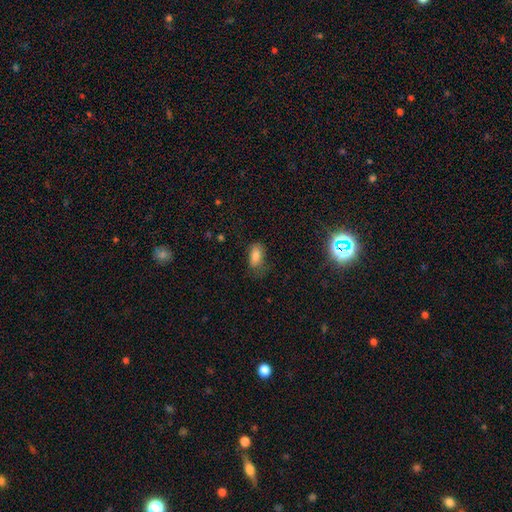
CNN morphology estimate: A smooth galaxy with no disk features (81%) that is in between round and cigar-shaped (91%).

Vote fractions:
- Smooth or featured? smooth: 81% / star or artifact: 10% / featured or disk: 9%
- How rounded? in between: 91% / round: 5% / cigar-shaped: 4%
- Merging? none: 55% / minor disturbance: 29% / major disturbance: 14% / merger: 2%